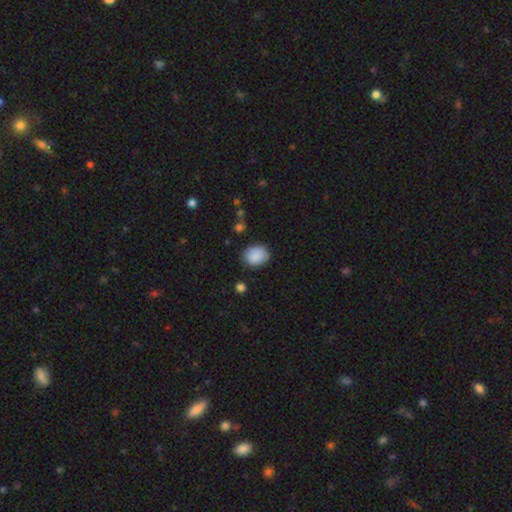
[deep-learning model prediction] Q: Smooth or featured?
A: smooth (87%); runner-up: star or artifact (8%)
Q: How rounded?
A: round (50%); runner-up: in between (49%)
Q: Merging?
A: none (75%); runner-up: minor disturbance (19%)